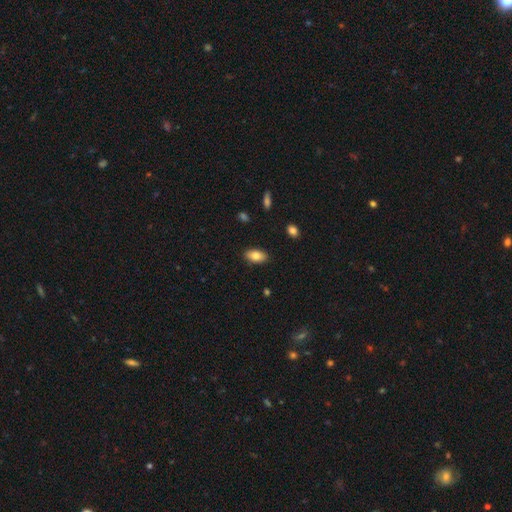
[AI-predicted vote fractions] smooth-or-featured: smooth: 84% | featured or disk: 9% | star or artifact: 7%
  how-rounded: in between: 93% | round: 4% | cigar-shaped: 4%
  merging: none: 88% | minor disturbance: 9% | major disturbance: 2% | merger: 1%